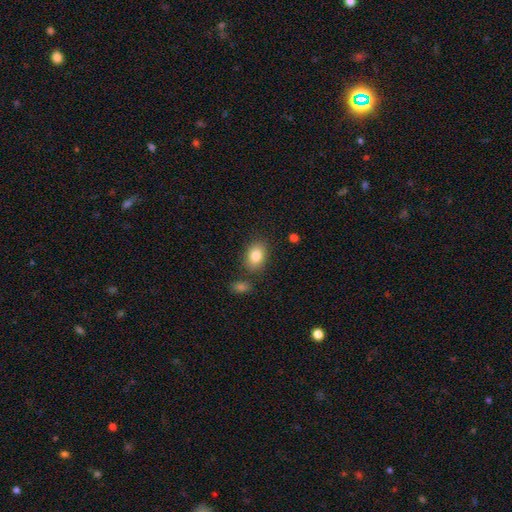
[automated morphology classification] A smooth galaxy with no disk features (84%) that is in between round and cigar-shaped (80%). Merging: none (79%).